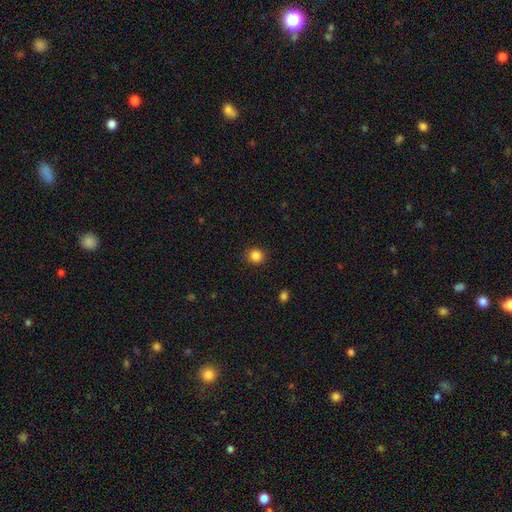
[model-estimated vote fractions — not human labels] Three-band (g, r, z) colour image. It shows a smooth galaxy with no disk features (85%) that is round (88%). Merging: none (91%).